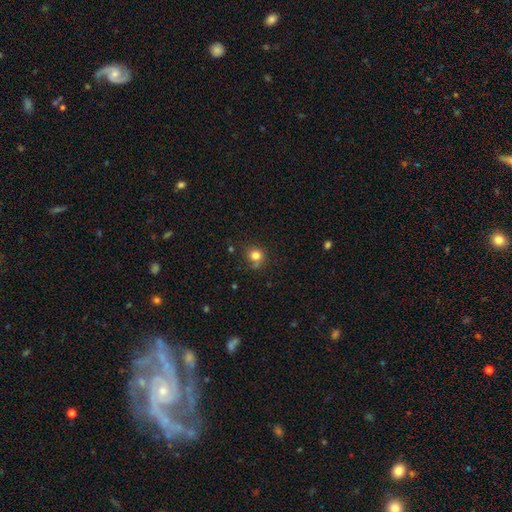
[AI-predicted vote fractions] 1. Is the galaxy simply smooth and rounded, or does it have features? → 81% smooth, 13% star or artifact, 6% featured or disk.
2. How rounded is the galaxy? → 86% round, 13% in between, 1% cigar-shaped.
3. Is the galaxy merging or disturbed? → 72% none, 18% minor disturbance, 5% major disturbance, 4% merger.